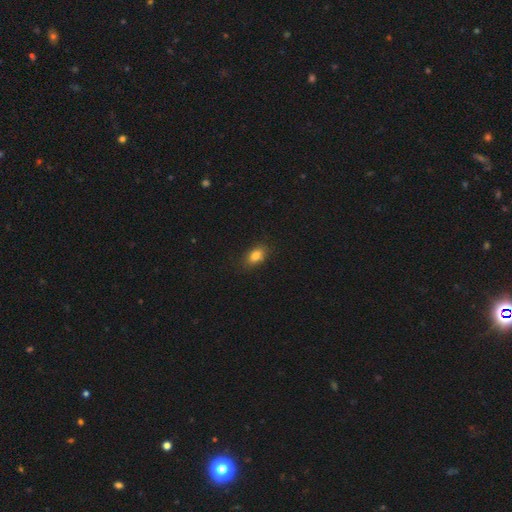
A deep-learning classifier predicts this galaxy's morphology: This appears to be a smooth galaxy with no disk features (83%) that is in between round and cigar-shaped (82%). Merging: none (85%).